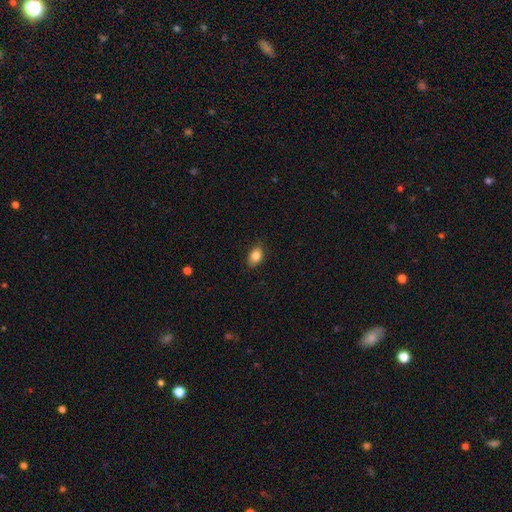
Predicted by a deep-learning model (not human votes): This appears to be a smooth galaxy with no disk features (83%) that is in between round and cigar-shaped (83%). Merging: none (86%).